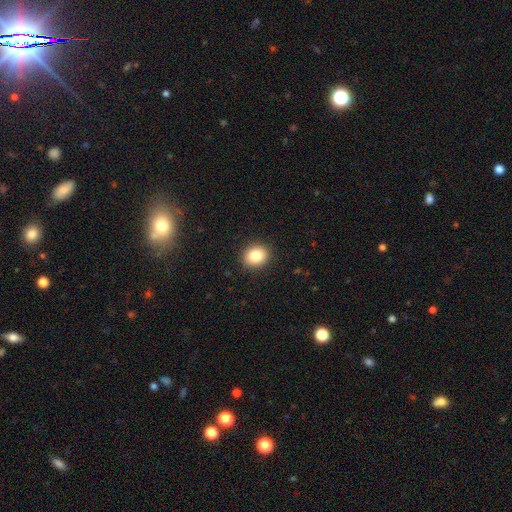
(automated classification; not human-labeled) This appears to be a smooth galaxy with no disk features (85%) that is round (65%). Merging: none (90%).